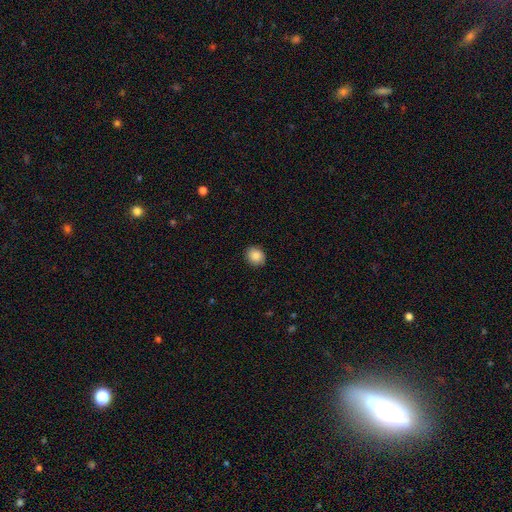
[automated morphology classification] A smooth galaxy with no disk features (87%) that is round (74%).

Vote fractions:
- Smooth or featured? smooth: 87% / star or artifact: 9% / featured or disk: 4%
- How rounded? round: 74% / in between: 25% / cigar-shaped: 1%
- Merging? none: 90% / minor disturbance: 7% / major disturbance: 2% / merger: 1%